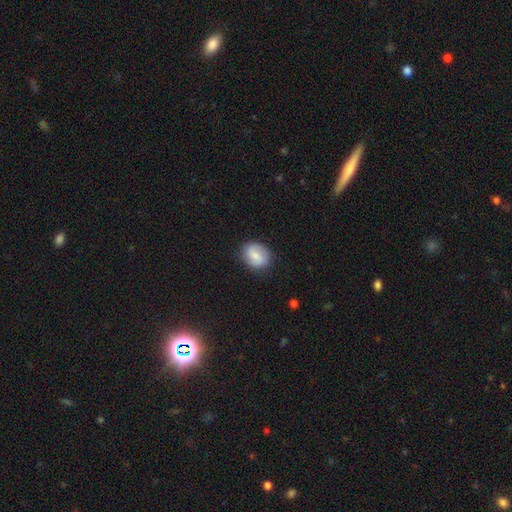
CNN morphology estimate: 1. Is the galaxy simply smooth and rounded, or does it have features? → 66% smooth, 28% featured or disk, 7% star or artifact.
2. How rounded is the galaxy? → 50% in between, 49% round, 1% cigar-shaped.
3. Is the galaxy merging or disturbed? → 83% none, 13% minor disturbance, 3% major disturbance, 1% merger.